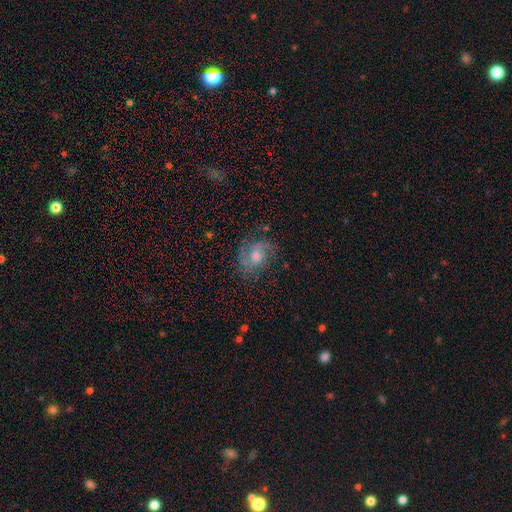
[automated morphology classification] This is possibly a featured or disk galaxy (59%). It is clearly not viewed edge-on (97%). Bar: likely no (66%). Spiral arm pattern: clearly yes (81%). Central bulge: possibly moderate (55%). Merging: likely none (66%).